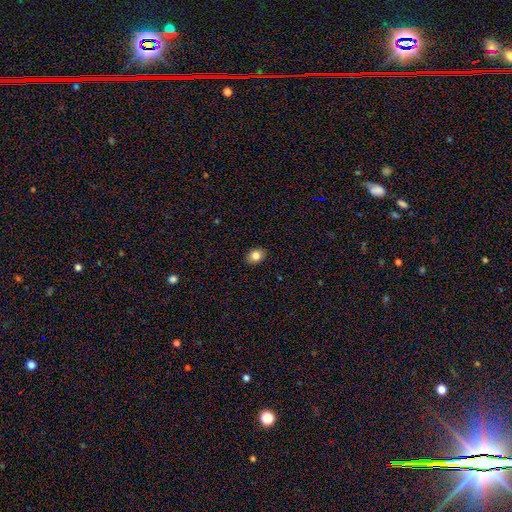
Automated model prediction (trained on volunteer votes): Smooth or featured?
  - smooth: 83% *
  - star or artifact: 9%
  - featured or disk: 7%
How rounded?
  - in between: 61% *
  - round: 38%
  - cigar-shaped: 1%
Merging?
  - none: 90% *
  - minor disturbance: 8%
  - major disturbance: 2%
  - merger: 1%